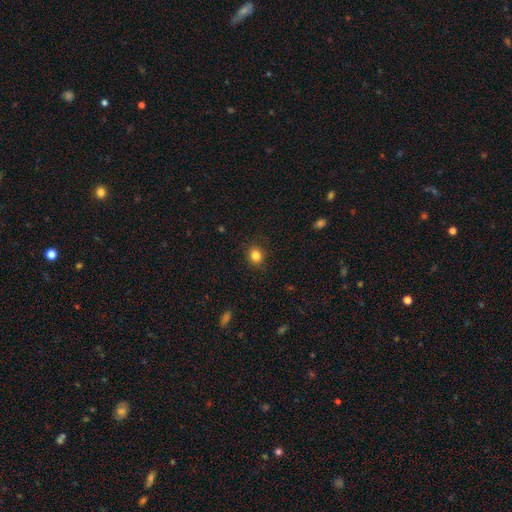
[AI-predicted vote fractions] Overall: smooth (83%). How rounded: round (74%). Merging: none (89%).